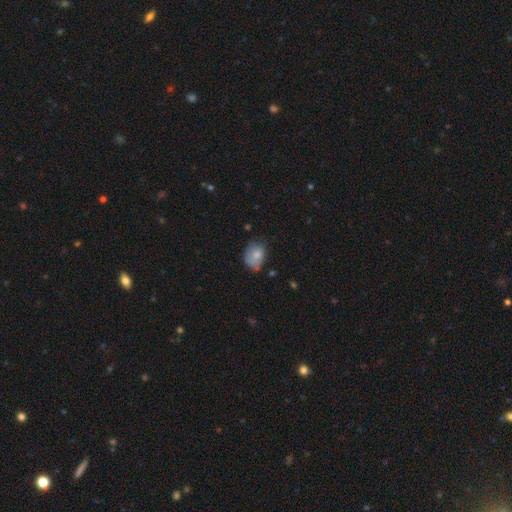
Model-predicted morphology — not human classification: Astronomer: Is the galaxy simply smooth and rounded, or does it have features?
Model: smooth — 74%.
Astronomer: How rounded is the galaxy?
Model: in between — 63%.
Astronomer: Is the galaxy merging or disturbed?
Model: none — 42% (runner-up: minor disturbance, 38%).